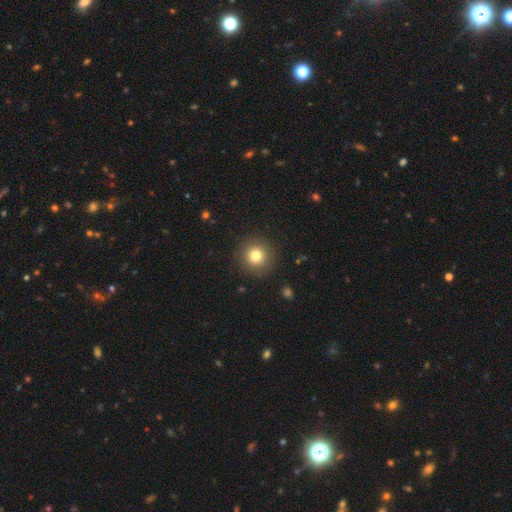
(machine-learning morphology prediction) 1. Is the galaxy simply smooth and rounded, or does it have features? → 79% smooth, 12% star or artifact, 9% featured or disk.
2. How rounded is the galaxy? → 95% round, 4% in between, 1% cigar-shaped.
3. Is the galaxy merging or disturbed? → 90% none, 6% minor disturbance, 3% major disturbance, 1% merger.